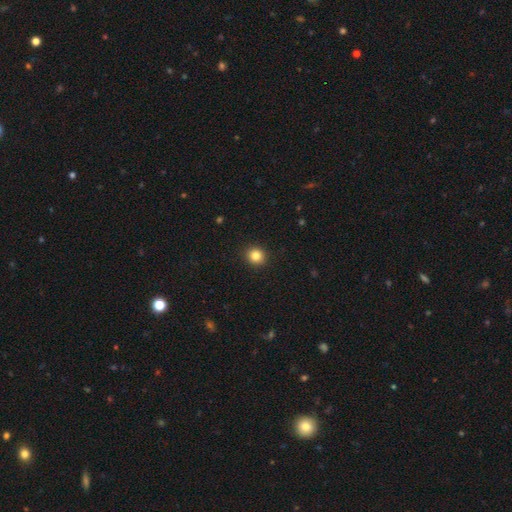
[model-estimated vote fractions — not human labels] Smooth or featured?
  - smooth: 84% *
  - star or artifact: 11%
  - featured or disk: 5%
How rounded?
  - round: 87% *
  - in between: 12%
  - cigar-shaped: 1%
Merging?
  - none: 92% *
  - minor disturbance: 5%
  - major disturbance: 2%
  - merger: 1%